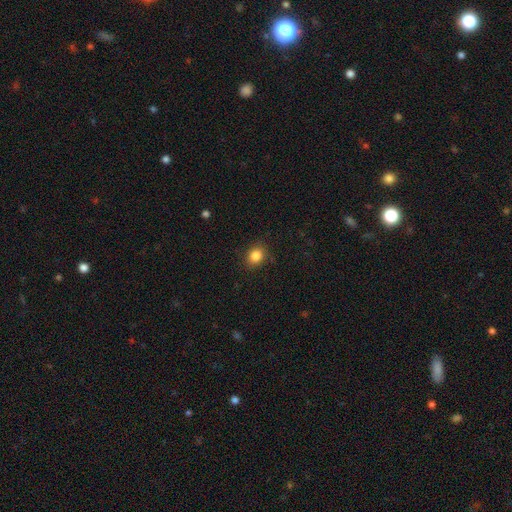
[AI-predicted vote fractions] Morphology: type=smooth (85%); roundness=round (62%); merging=none (85%).